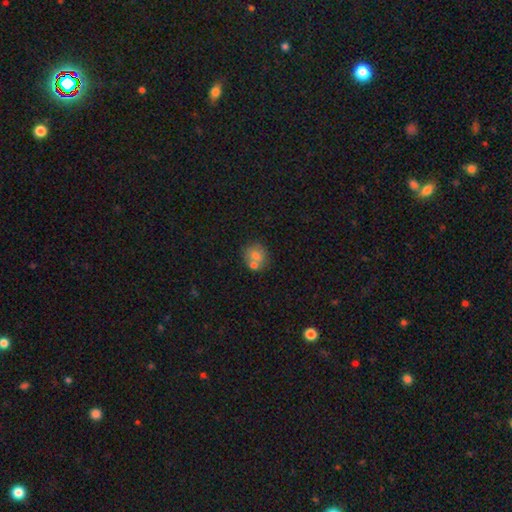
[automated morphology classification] smooth-or-featured: smooth: 71% | featured or disk: 18% | star or artifact: 11%
  how-rounded: round: 77% | in between: 22% | cigar-shaped: 1%
  merging: none: 56% | merger: 28% | minor disturbance: 12% | major disturbance: 4%